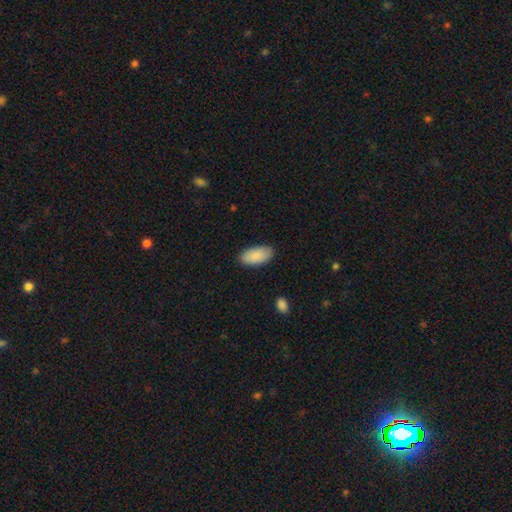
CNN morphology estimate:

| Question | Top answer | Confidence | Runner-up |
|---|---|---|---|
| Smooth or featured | smooth | 90% | star or artifact (6%) |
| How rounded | in between | 94% | cigar-shaped (4%) |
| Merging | none | 87% | minor disturbance (10%) |